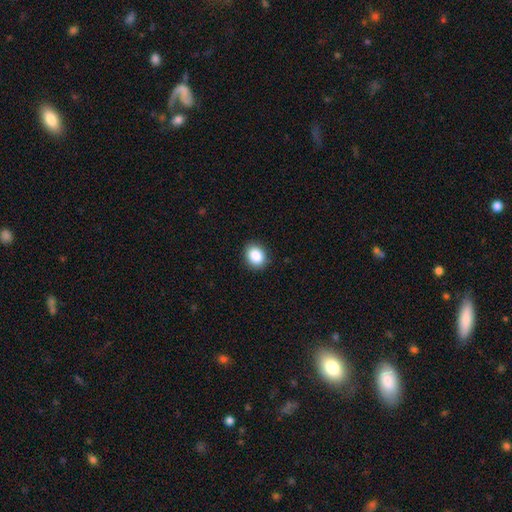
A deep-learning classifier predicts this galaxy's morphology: Overall: smooth (88%). How rounded: round (54%; in between 45%). Merging: none (89%).